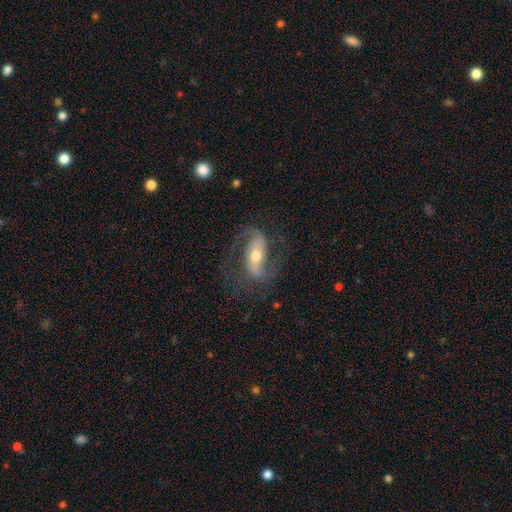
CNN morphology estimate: Smooth or featured? featured or disk (86%)
Edge-on disk? no (95%)
Bar? strong (45%)
Spiral arms? yes (95%)
Spiral winding? medium (53%)
Spiral arm count? 2 (90%)
Bulge size? moderate (58%)
Merging? none (72%)